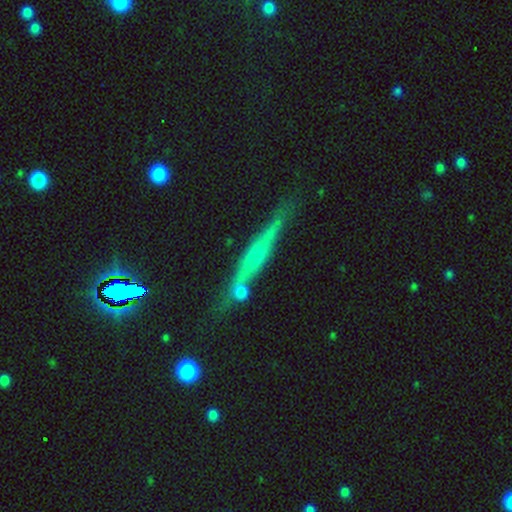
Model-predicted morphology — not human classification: smooth_or_featured: featured or disk (p=0.61) [alt: smooth p=0.28]
disk_edge_on: yes (p=0.92) [alt: no p=0.08]
edge_on_bulge: rounded (p=0.68) [alt: none p=0.23]
merging: none (p=0.71) [alt: minor disturbance p=0.16]